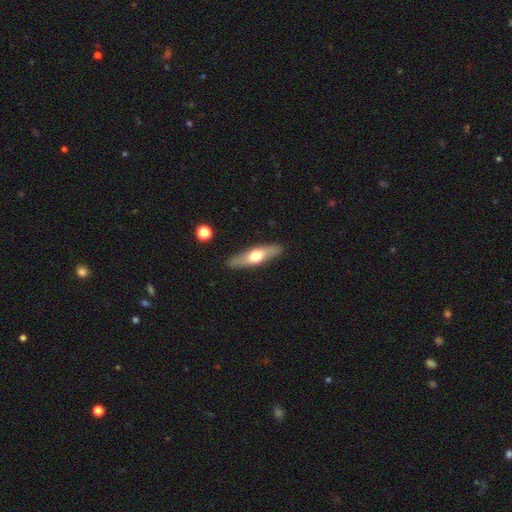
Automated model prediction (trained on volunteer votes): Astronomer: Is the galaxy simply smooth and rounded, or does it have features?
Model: featured or disk — 49% (runner-up: smooth, 45%).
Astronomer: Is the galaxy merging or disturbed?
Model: none — 88%.